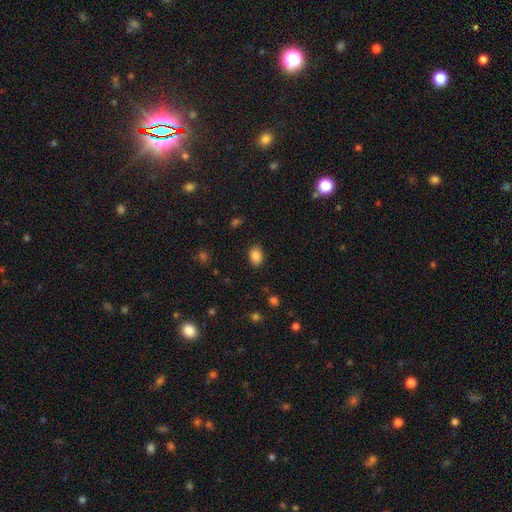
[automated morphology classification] Q: Smooth or featured?
A: smooth (86%); runner-up: star or artifact (9%)
Q: How rounded?
A: in between (72%); runner-up: round (27%)
Q: Merging?
A: none (86%); runner-up: minor disturbance (10%)